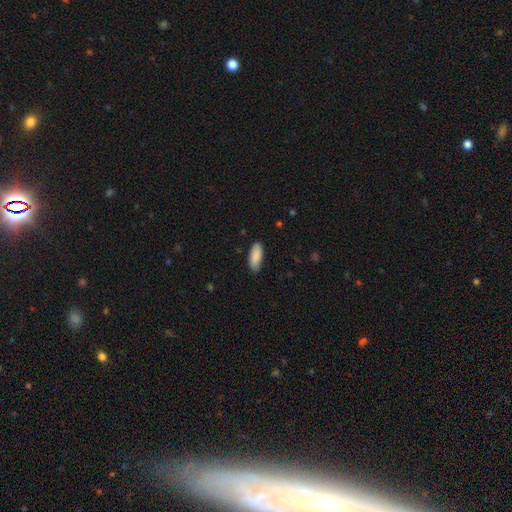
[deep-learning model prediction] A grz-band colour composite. It shows a smooth galaxy with no disk features (89%) that is in between round and cigar-shaped (77%). Merging: none (84%).